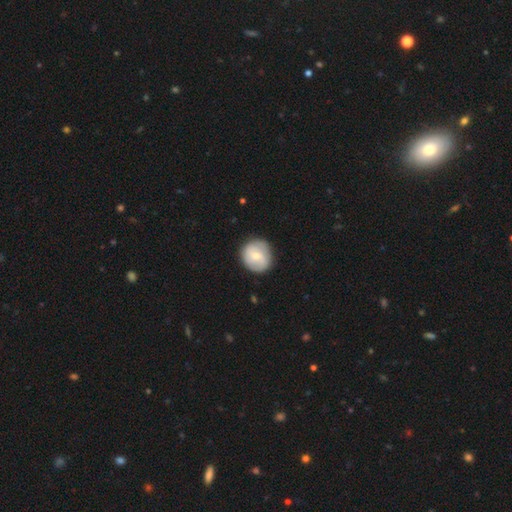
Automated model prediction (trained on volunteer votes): smooth 56%, featured or disk 39%, star or artifact 6%. Down the decision tree: how rounded — round (89%); merging — none (83%).